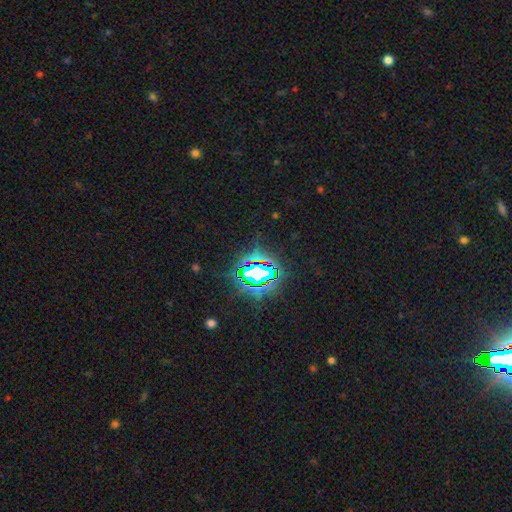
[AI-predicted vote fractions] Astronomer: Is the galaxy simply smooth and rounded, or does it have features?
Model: star or artifact — 78%.